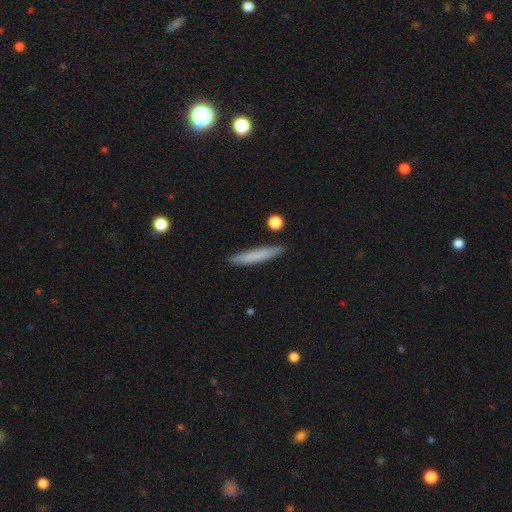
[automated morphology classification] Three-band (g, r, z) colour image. It shows a smooth galaxy with no disk features (75%) that is cigar-shaped (94%). Merging: none (87%).